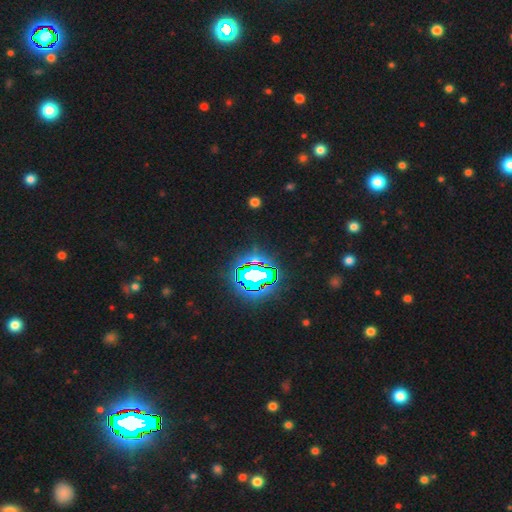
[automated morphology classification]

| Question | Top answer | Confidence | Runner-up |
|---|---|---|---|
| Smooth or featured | star or artifact | 84% | smooth (10%) |